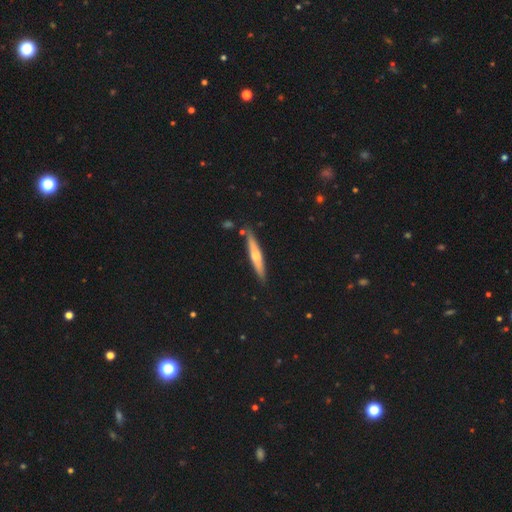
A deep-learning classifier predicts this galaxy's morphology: This is possibly a featured or disk galaxy (53%). It is clearly viewed edge-on (95%). Edge-on bulge: clearly rounded (83%). Merging: clearly none (86%).